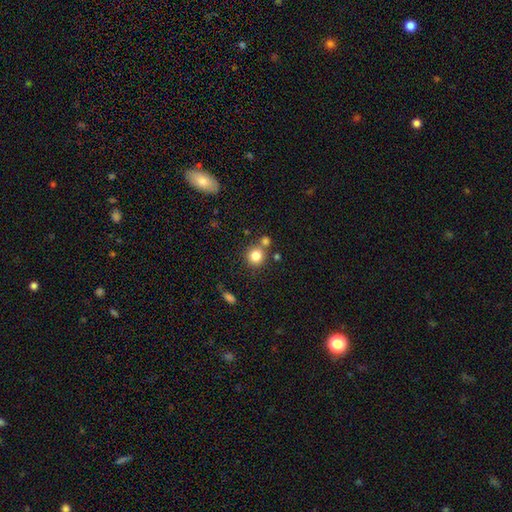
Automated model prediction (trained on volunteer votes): Smooth or featured? smooth (81%)
How rounded? round (90%)
Merging? none (66%)